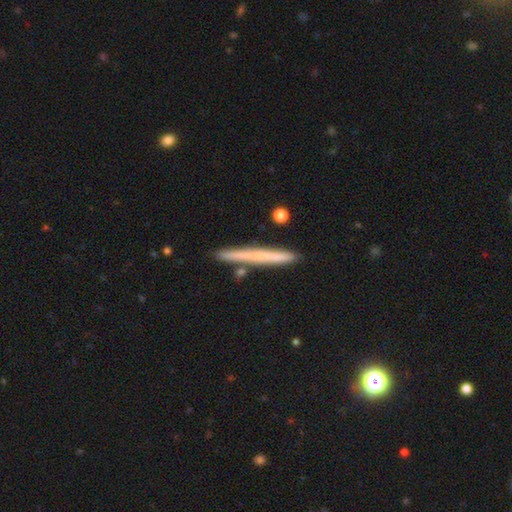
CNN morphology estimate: Smooth or featured? Predicted: smooth (p=0.56). How rounded? Predicted: cigar-shaped (p=0.97). Merging? Predicted: none (p=0.86).